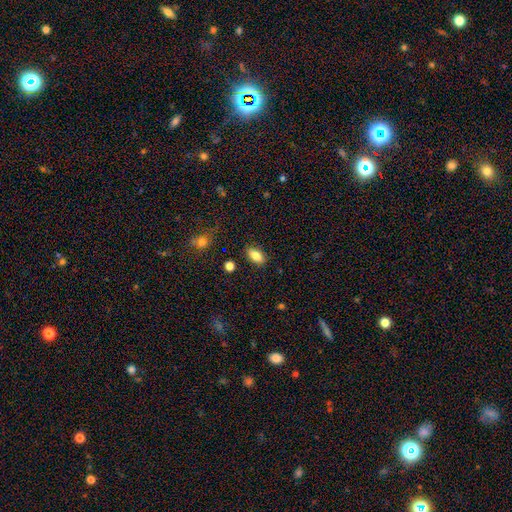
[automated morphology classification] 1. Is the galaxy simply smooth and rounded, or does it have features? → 81% smooth, 11% featured or disk, 8% star or artifact.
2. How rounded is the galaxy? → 86% in between, 10% cigar-shaped, 5% round.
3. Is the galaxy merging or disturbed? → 85% none, 10% minor disturbance, 3% major disturbance, 2% merger.